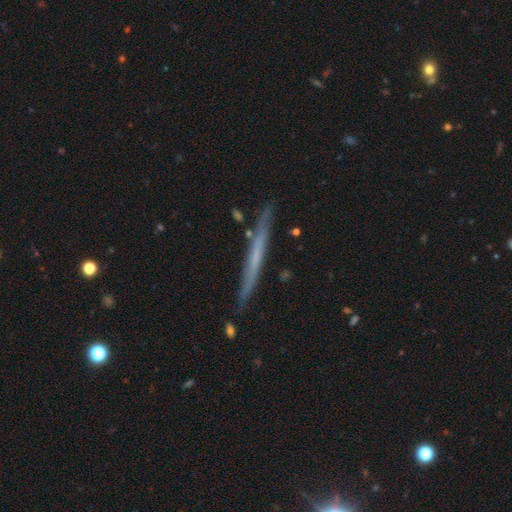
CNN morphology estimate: smooth_or_featured: featured or disk (p=0.54) [alt: smooth p=0.40]
disk_edge_on: yes (p=0.96) [alt: no p=0.04]
edge_on_bulge: none (p=0.85) [alt: rounded p=0.10]
merging: none (p=0.86) [alt: minor disturbance p=0.10]